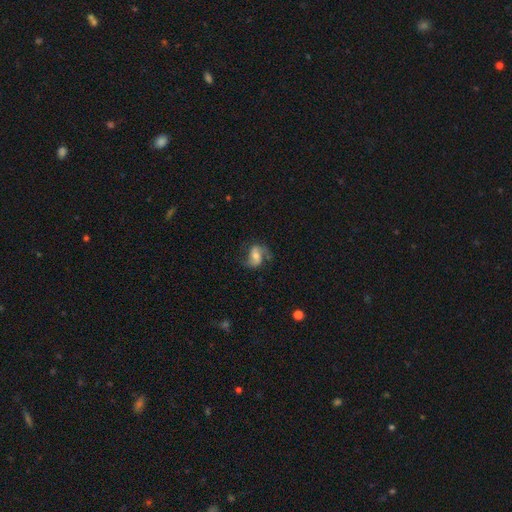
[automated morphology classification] A featured or disk galaxy (73%) with a weak bar (43%), 2 (89%) loose (47%) spiral arms (93%) and a moderate central bulge (53%).

Vote fractions:
- Smooth or featured? featured or disk: 73% / smooth: 20% / star or artifact: 7%
- Edge-on disk? no: 97% / yes: 3%
- Bar? weak: 43% / no: 35% / strong: 22%
- Spiral arms? yes: 93% / no: 7%
- Spiral winding? loose: 47% / medium: 42% / tight: 11%
- Spiral arm count? 2: 89% / can't tell: 4% / 1: 4% / 3: 1% / 4: 1% / more than 4: 1%
- Bulge size? moderate: 53% / small: 33% / large: 8% / none: 5% / dominant: 2%
- Merging? none: 68% / minor disturbance: 18% / major disturbance: 12% / merger: 2%